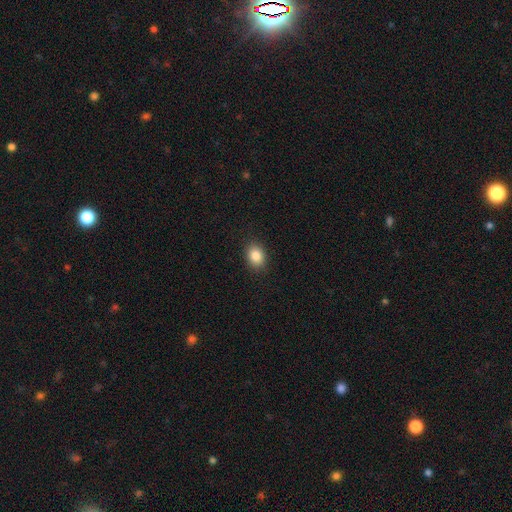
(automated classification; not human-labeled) smooth_or_featured: smooth (p=0.86) [alt: star or artifact p=0.09]
how_rounded: in between (p=0.66) [alt: round p=0.33]
merging: none (p=0.89) [alt: minor disturbance p=0.08]